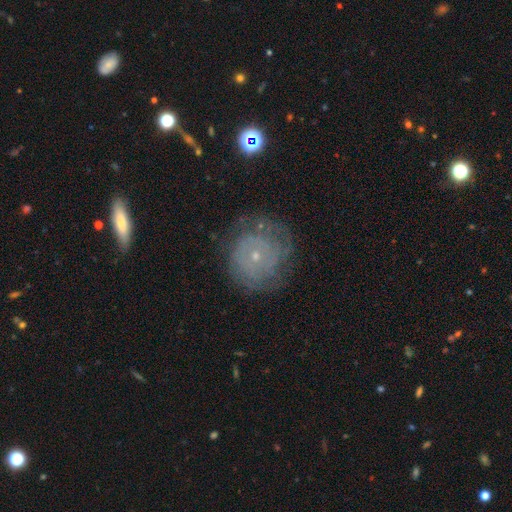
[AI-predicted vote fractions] featured or disk 59%, smooth 29%, star or artifact 12%. Down the decision tree: edge-on disk — no (96%); bar — no (84%); spiral arms — yes (73%); bulge size — small (81%); merging — none (66%).